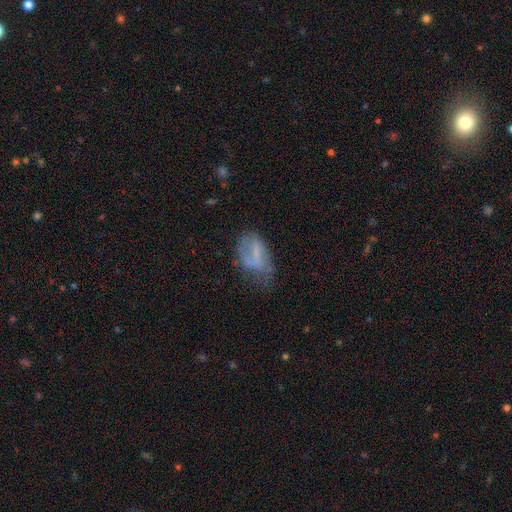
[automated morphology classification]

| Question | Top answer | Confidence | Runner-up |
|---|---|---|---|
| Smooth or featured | smooth | 47% | featured or disk (42%) |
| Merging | none | 36% | minor disturbance (33%) |